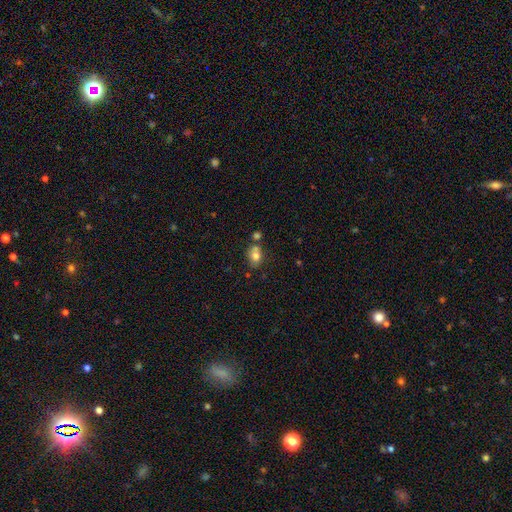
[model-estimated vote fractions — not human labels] This is likely a smooth galaxy (76%). How rounded: likely in between (66%). Merging: possibly none (56%).